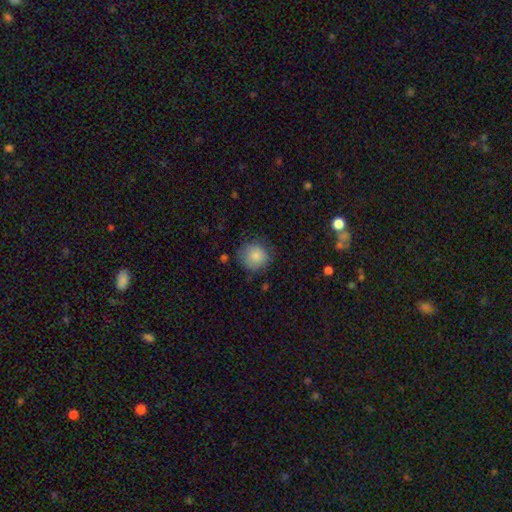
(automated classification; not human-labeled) smooth_or_featured: smooth (p=0.84) [alt: star or artifact p=0.08]
how_rounded: round (p=0.88) [alt: in between p=0.11]
merging: none (p=0.74) [alt: minor disturbance p=0.19]